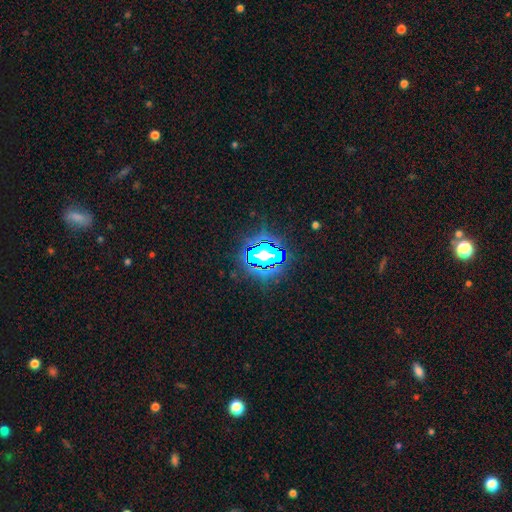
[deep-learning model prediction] Q: Smooth or featured?
A: star or artifact (73%); runner-up: smooth (16%)